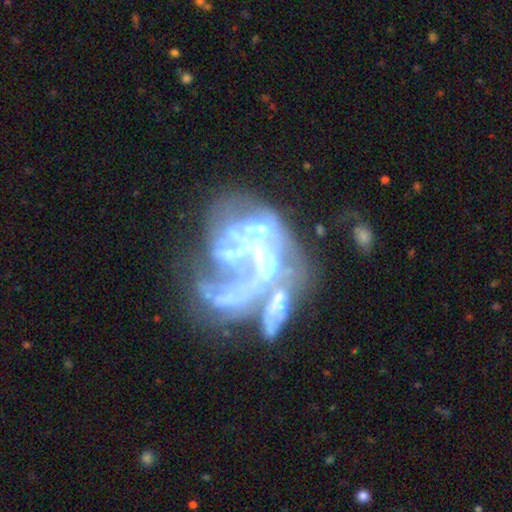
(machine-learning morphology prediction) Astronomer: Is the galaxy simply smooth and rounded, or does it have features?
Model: featured or disk — 75%.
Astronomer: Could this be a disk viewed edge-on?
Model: no — 98%.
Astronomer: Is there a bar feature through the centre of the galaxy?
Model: no — 80%.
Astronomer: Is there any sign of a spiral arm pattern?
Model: no — 71%.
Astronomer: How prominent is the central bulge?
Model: none — 63%.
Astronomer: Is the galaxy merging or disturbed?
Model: major disturbance — 35% (runner-up: merger, 32%).